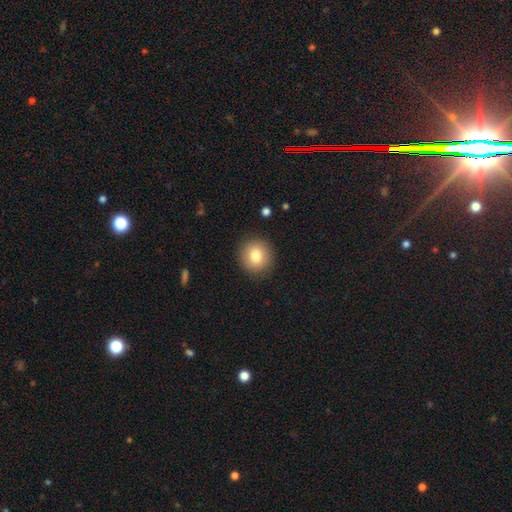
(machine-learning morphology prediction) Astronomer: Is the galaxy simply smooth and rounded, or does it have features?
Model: smooth — 81%.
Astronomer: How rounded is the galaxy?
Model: round — 89%.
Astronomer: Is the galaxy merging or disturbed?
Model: none — 89%.